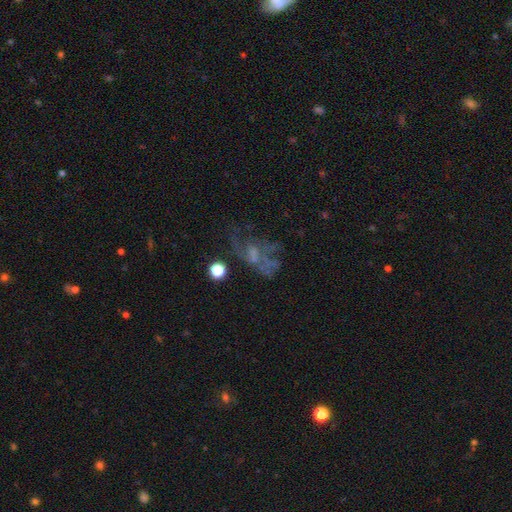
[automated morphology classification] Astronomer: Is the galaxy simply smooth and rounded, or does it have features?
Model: featured or disk — 55%.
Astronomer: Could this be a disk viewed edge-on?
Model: no — 96%.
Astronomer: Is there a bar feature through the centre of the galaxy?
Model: no — 78%.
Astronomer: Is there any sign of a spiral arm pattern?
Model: no — 67%.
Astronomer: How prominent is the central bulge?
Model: none — 56%.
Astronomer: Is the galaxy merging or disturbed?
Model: major disturbance — 42% (runner-up: none, 34%).